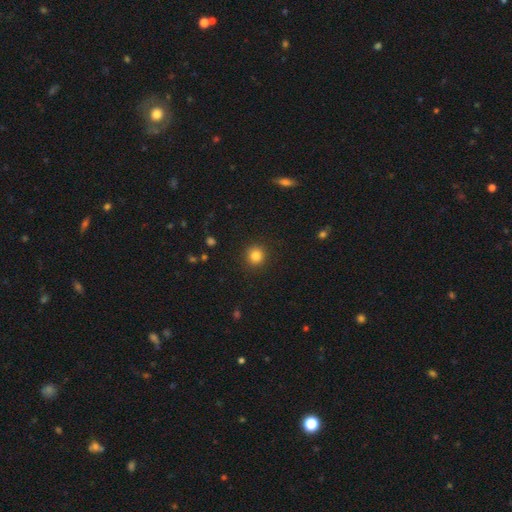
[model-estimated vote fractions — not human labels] A smooth galaxy with no disk features (84%) that is round (92%).

Vote fractions:
- Smooth or featured? smooth: 84% / star or artifact: 11% / featured or disk: 5%
- How rounded? round: 92% / in between: 7% / cigar-shaped: 1%
- Merging? none: 91% / minor disturbance: 6% / major disturbance: 2% / merger: 1%